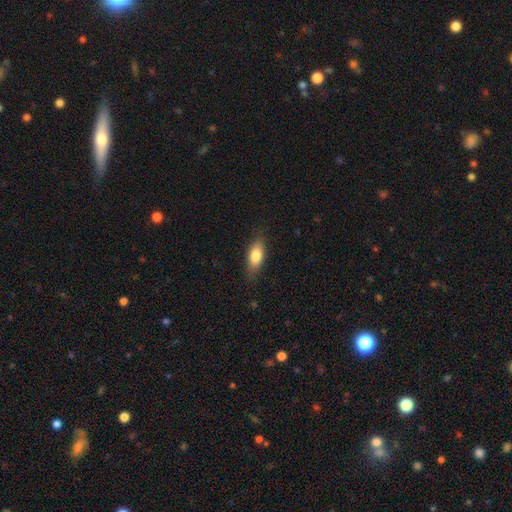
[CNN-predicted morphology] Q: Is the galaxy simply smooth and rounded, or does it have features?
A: smooth — 79%.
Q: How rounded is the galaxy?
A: in between — 77%.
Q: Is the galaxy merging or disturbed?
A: none — 80%.